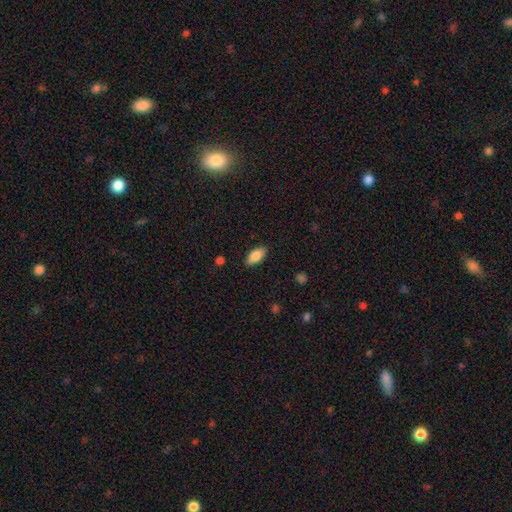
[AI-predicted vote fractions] Smooth or featured: smooth — 84% (featured or disk — 9%)
How rounded: in between — 90% (cigar-shaped — 7%)
Merging: none — 87% (minor disturbance — 10%)